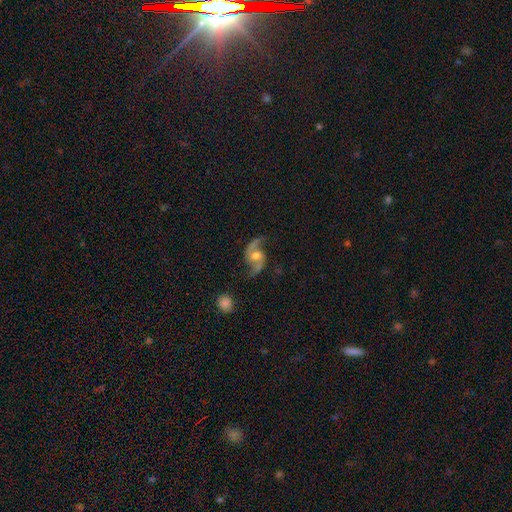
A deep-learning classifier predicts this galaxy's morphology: smooth_or_featured: featured or disk (p=0.90) [alt: smooth p=0.05]
disk_edge_on: no (p=0.97) [alt: yes p=0.03]
bar: no (p=0.57) [alt: weak p=0.33]
has_spiral_arms: yes (p=0.97) [alt: no p=0.03]
spiral_winding: loose (p=0.69) [alt: medium p=0.25]
spiral_arm_count: 2 (p=0.94) [alt: 1 p=0.01]
bulge_size: moderate (p=0.70) [alt: small p=0.16]
merging: none (p=0.77) [alt: minor disturbance p=0.14]